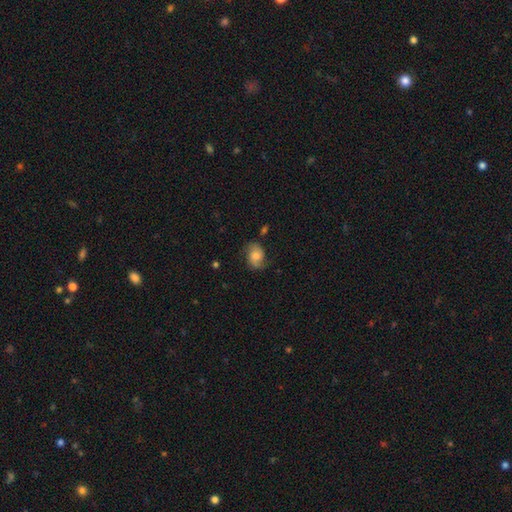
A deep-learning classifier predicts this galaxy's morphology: A smooth galaxy with no disk features (49%). Merging: none (64%).